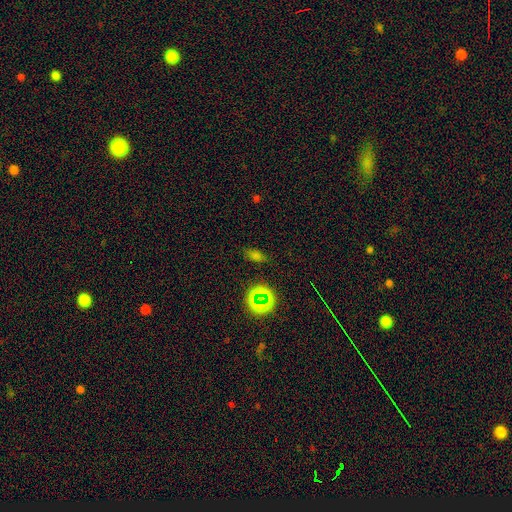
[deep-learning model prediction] Smooth or featured: smooth — 55% (star or artifact — 36%)
How rounded: in between — 69% (round — 17%)
Merging: none — 80% (minor disturbance — 13%)